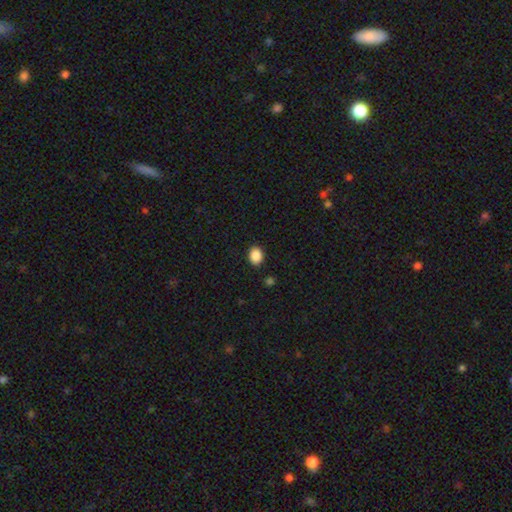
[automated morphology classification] This appears to be a smooth galaxy with no disk features (88%) that is in between round and cigar-shaped (55%). Merging: none (89%).